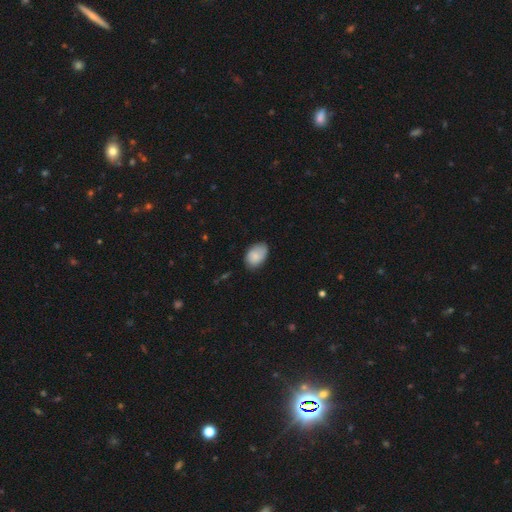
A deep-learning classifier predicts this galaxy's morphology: A smooth galaxy with no disk features (83%) that is in between round and cigar-shaped (87%). Merging: none (73%).